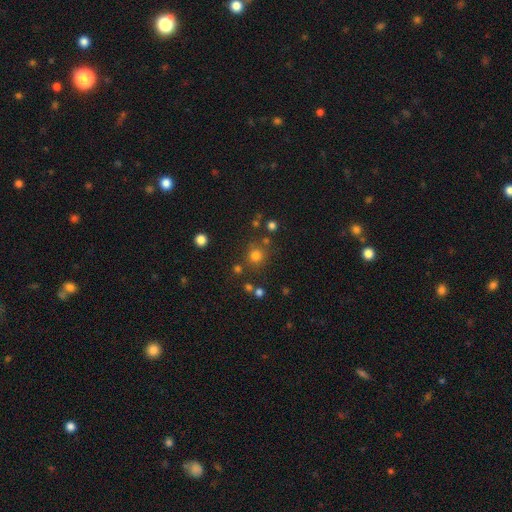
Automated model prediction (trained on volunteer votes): Smooth or featured? smooth (76%)
How rounded? round (91%)
Merging? none (79%)